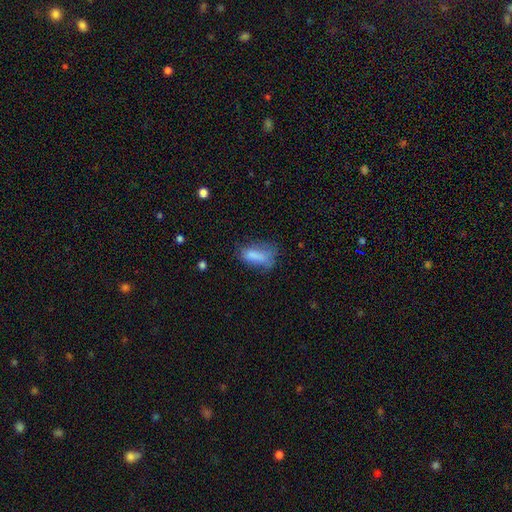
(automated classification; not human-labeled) A smooth galaxy with no disk features (75%) that is in between round and cigar-shaped (84%). Merging: none (38%).